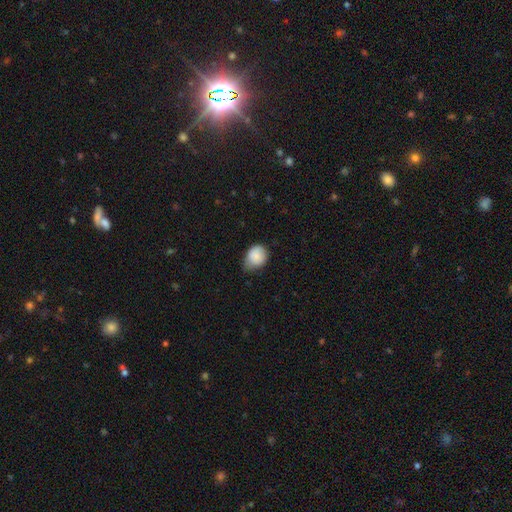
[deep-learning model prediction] Overall: smooth (86%). How rounded: round (53%; in between 46%). Merging: none (49%; minor disturbance 42%).